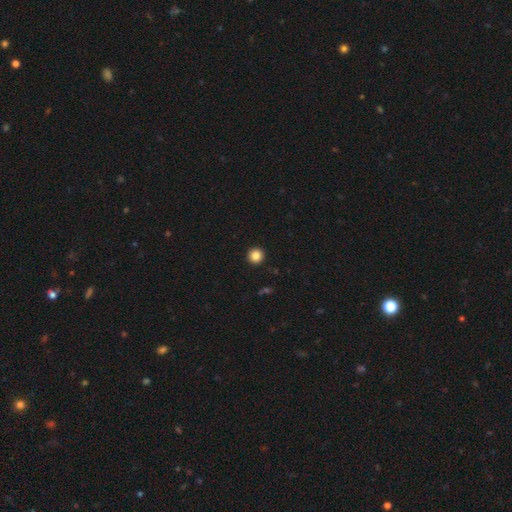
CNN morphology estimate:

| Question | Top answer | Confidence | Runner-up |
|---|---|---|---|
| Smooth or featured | smooth | 85% | star or artifact (10%) |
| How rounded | round | 95% | in between (4%) |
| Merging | none | 94% | minor disturbance (4%) |